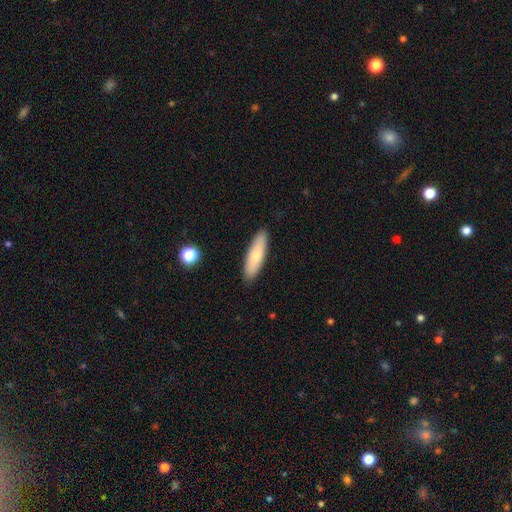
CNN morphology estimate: Smooth or featured? smooth (75%)
How rounded? cigar-shaped (62%)
Merging? none (89%)